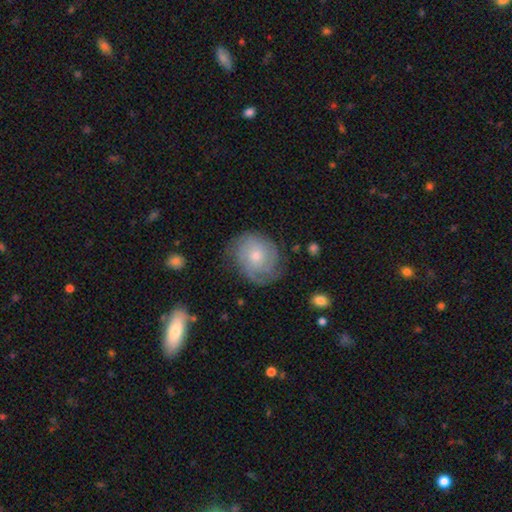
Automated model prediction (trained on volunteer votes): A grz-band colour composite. It shows a featured or disk galaxy (62%) with no bar (80%), tight (65%) spiral arms (88%) and a moderate central bulge (51%). Merging: none (71%).